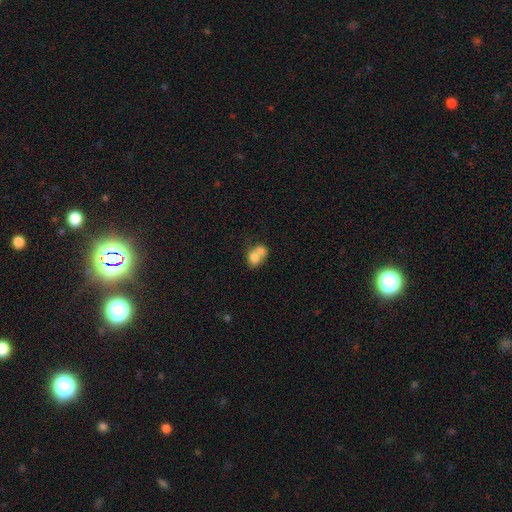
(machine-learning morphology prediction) Q: Smooth or featured?
A: smooth (73%); runner-up: featured or disk (18%)
Q: How rounded?
A: in between (52%); runner-up: round (47%)
Q: Merging?
A: merger (69%); runner-up: none (20%)